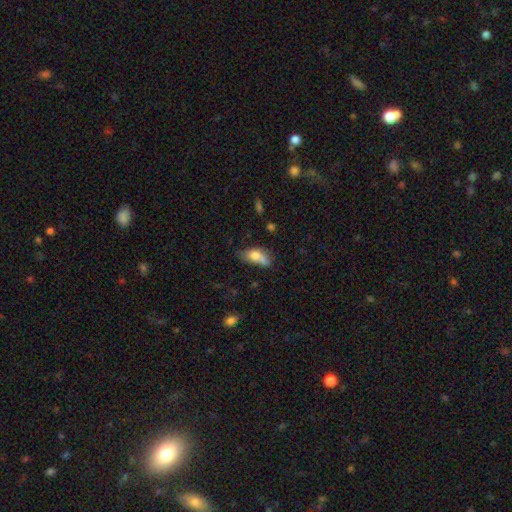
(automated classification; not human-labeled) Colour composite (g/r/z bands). It shows a smooth galaxy with no disk features (73%) that is in between round and cigar-shaped (82%). Merging: none (38%).